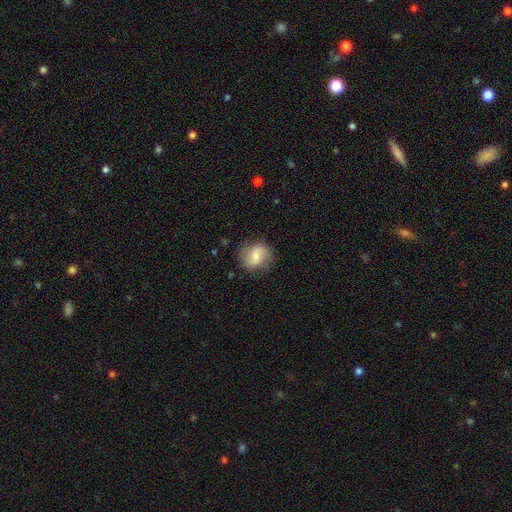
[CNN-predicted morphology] Smooth or featured: smooth — 51% (featured or disk — 41%)
How rounded: round — 74% (in between — 25%)
Merging: none — 78% (minor disturbance — 16%)